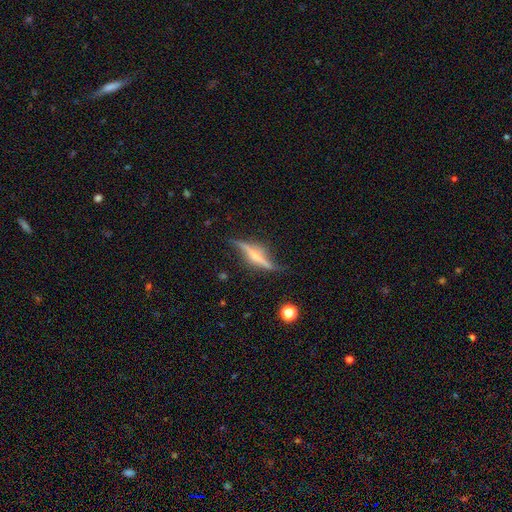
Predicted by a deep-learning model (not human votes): Overall: featured or disk (77%). Edge-on disk: yes (87%). Edge-on bulge: rounded (68%). Merging: none (72%).